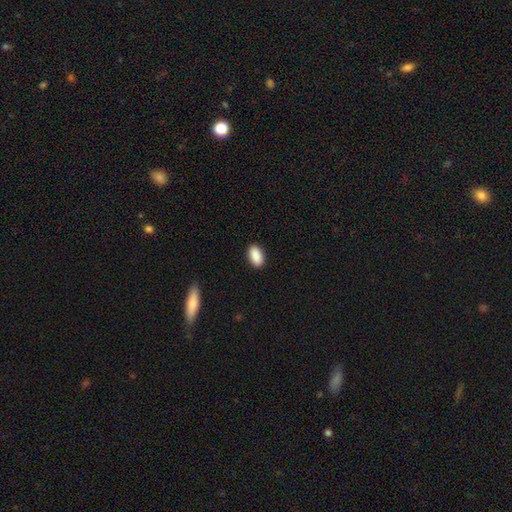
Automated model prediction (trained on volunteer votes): Smooth or featured?
  - smooth: 90% *
  - star or artifact: 7%
  - featured or disk: 3%
How rounded?
  - in between: 92% *
  - cigar-shaped: 4%
  - round: 4%
Merging?
  - none: 89% *
  - minor disturbance: 8%
  - major disturbance: 2%
  - merger: 1%